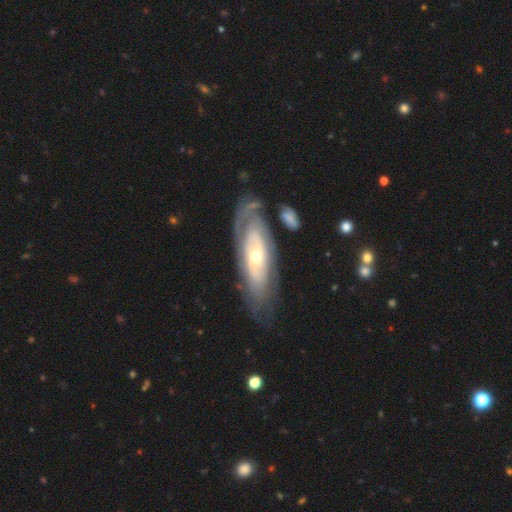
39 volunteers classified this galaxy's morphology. Q: Smooth or featured?
A: featured or disk (82%); runner-up: smooth (18%)
Q: Edge-on disk?
A: no (88%); runner-up: yes (12%)
Q: Bar?
A: no (86%); runner-up: weak (11%)
Q: Spiral arms?
A: yes (79%); runner-up: no (21%)
Q: Spiral winding?
A: tight (64%); runner-up: medium (23%)
Q: Spiral arm count?
A: can't tell (59%); runner-up: 1 (14%)
Q: Bulge size?
A: small (61%); runner-up: moderate (32%)
Q: Merging?
A: none (49%); runner-up: minor disturbance (26%)